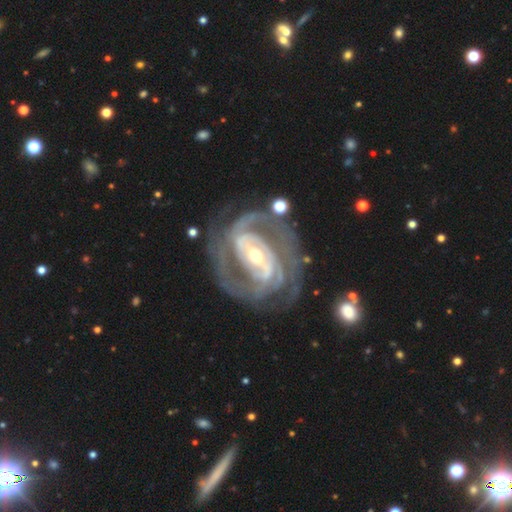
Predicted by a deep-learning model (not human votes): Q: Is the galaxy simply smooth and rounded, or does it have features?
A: featured or disk — 92%.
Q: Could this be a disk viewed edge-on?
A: no — 97%.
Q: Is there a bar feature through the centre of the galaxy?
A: strong — 50%.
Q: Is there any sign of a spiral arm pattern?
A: yes — 97%.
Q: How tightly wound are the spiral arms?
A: tight — 61%.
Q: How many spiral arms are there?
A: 2 — 44%.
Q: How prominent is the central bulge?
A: small — 48%.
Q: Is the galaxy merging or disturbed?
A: none — 70%.